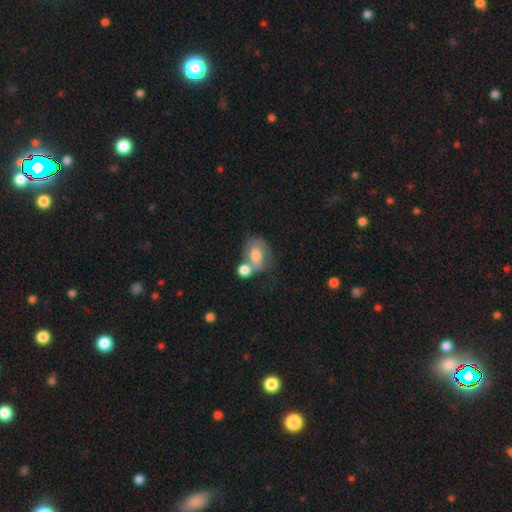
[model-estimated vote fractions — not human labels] This appears to be a smooth galaxy with no disk features (52%) that is in between round and cigar-shaped (62%). Merging: merger (45%).